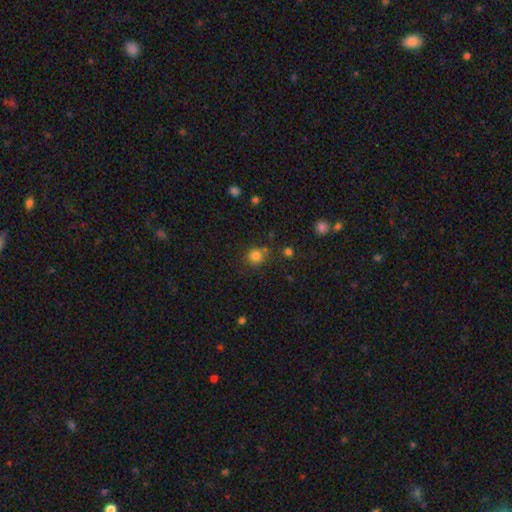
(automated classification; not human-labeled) A smooth galaxy with no disk features (82%) that is round (88%).

Vote fractions:
- Smooth or featured? smooth: 82% / star or artifact: 13% / featured or disk: 5%
- How rounded? round: 88% / in between: 11% / cigar-shaped: 1%
- Merging? none: 77% / minor disturbance: 12% / merger: 8% / major disturbance: 4%